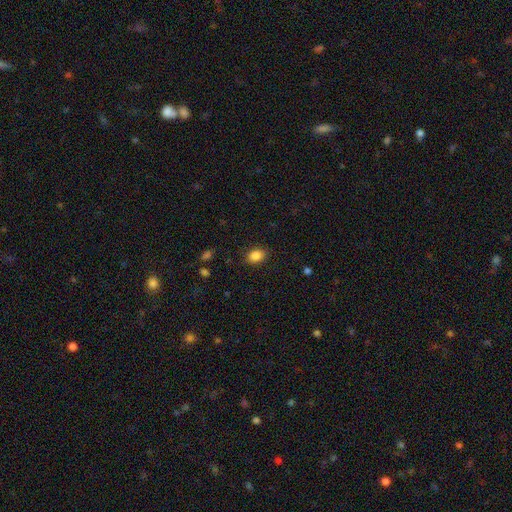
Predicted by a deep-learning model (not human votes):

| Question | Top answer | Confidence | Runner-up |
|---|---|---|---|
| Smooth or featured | smooth | 87% | star or artifact (9%) |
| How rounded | in between | 74% | round (24%) |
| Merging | none | 86% | minor disturbance (10%) |